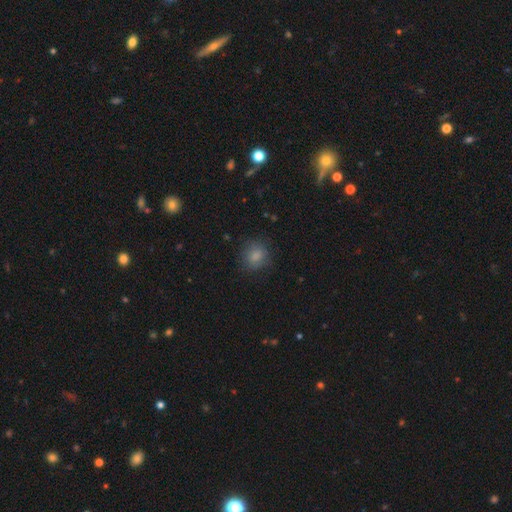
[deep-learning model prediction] This is clearly a smooth galaxy (82%). How rounded: likely round (71%). Merging: likely none (77%).